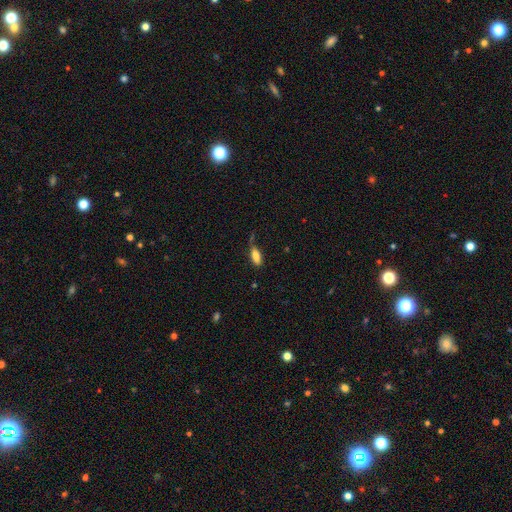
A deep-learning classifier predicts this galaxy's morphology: Q: Smooth or featured?
A: smooth (77%); runner-up: featured or disk (15%)
Q: How rounded?
A: in between (77%); runner-up: cigar-shaped (20%)
Q: Merging?
A: none (53%); runner-up: minor disturbance (29%)